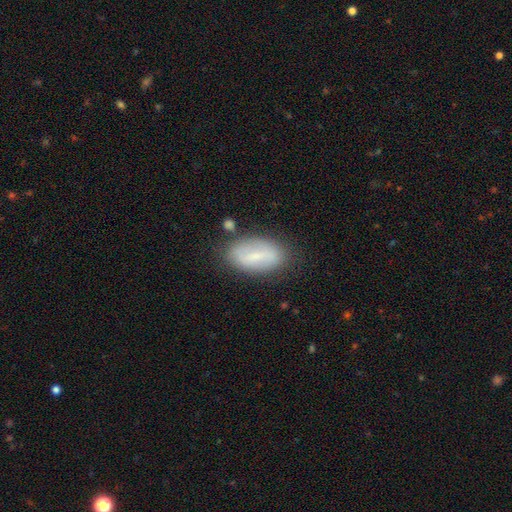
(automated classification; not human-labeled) Q: Smooth or featured?
A: smooth (53%); runner-up: featured or disk (39%)
Q: How rounded?
A: in between (90%); runner-up: cigar-shaped (6%)
Q: Merging?
A: none (77%); runner-up: minor disturbance (15%)